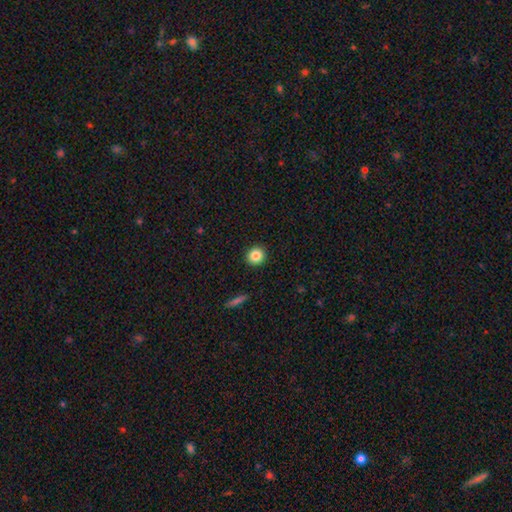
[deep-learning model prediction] smooth 84%, star or artifact 10%, featured or disk 6%. Down the decision tree: how rounded — round (92%); merging — none (93%).